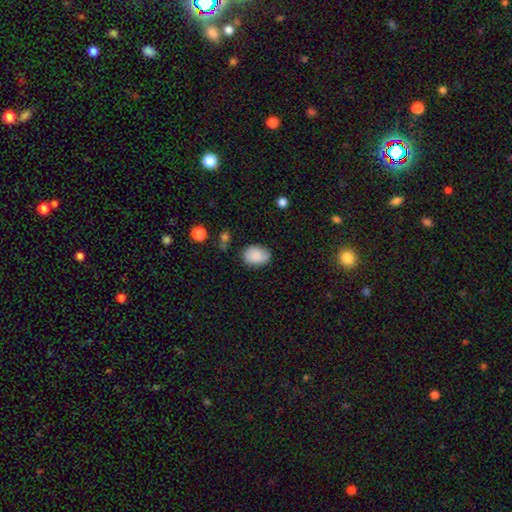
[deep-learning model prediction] This is clearly a smooth galaxy (88%). How rounded: likely in between (73%). Merging: likely none (75%).